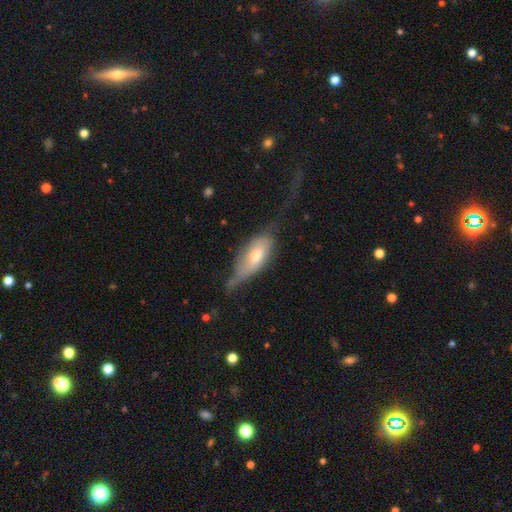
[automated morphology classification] smooth-or-featured: smooth: 54% | featured or disk: 39% | star or artifact: 7%
  how-rounded: in between: 80% | cigar-shaped: 16% | round: 4%
  merging: major disturbance: 35% | minor disturbance: 31% | none: 30% | merger: 4%